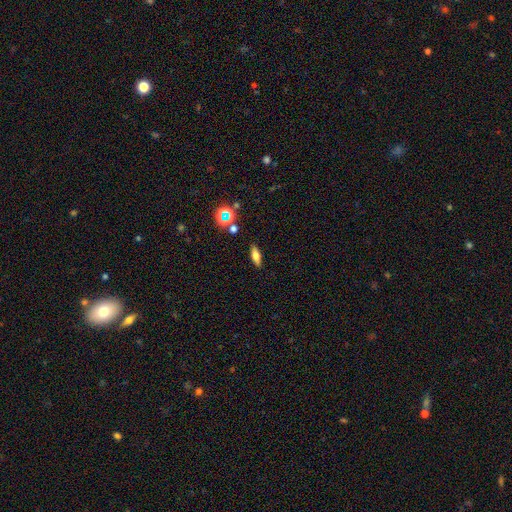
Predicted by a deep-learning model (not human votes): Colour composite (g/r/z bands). It shows a smooth galaxy with no disk features (54%) that is in between round and cigar-shaped (57%). Merging: none (87%).